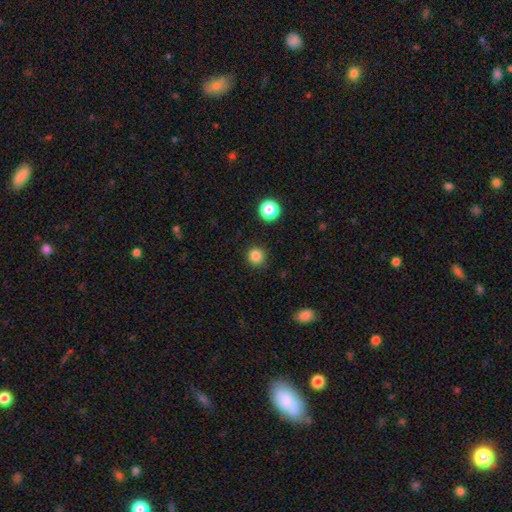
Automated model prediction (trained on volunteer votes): A smooth galaxy with no disk features (84%) that is round (94%). Merging: none (90%).